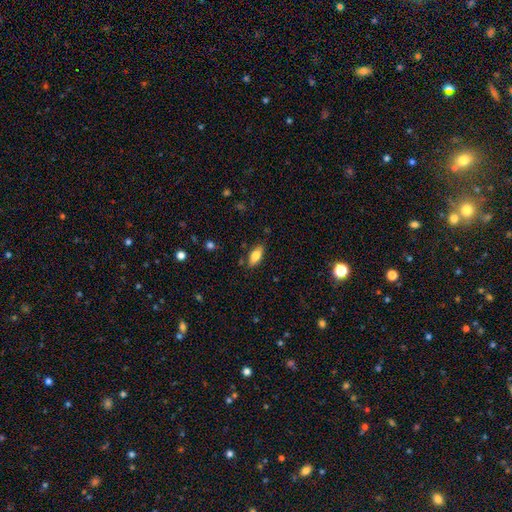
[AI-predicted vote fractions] This is likely a smooth galaxy (79%). How rounded: clearly in between (82%). Merging: clearly none (83%).